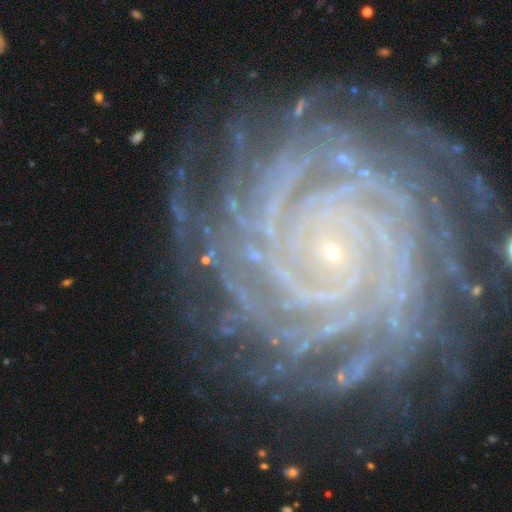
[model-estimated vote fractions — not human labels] featured or disk 90%, star or artifact 7%, smooth 4%. Down the decision tree: edge-on disk — no (98%); bar — no (64%); spiral arms — yes (98%); spiral arm count — more than 4 (31%); spiral winding — tight (84%); bulge size — small (88%); merging — none (76%).